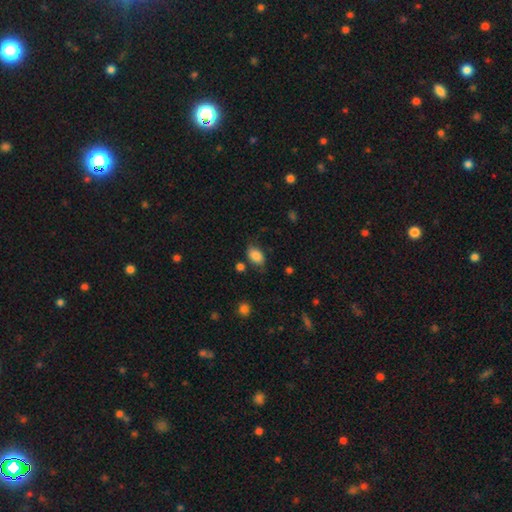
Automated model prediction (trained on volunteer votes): Smooth or featured? Predicted: smooth (p=0.84). How rounded? Predicted: in between (p=0.88). Merging? Predicted: none (p=0.70).